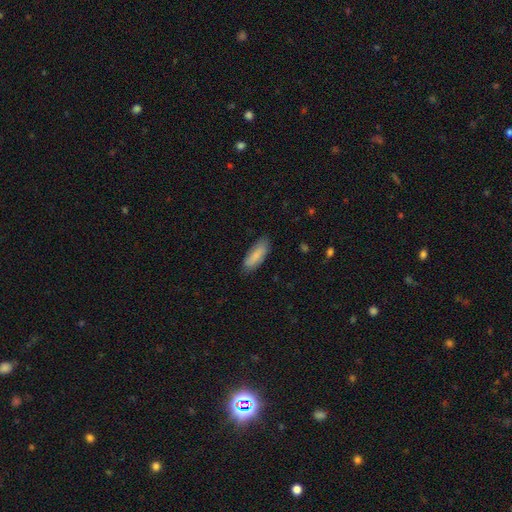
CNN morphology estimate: A smooth galaxy with no disk features (80%) that is in between round and cigar-shaped (72%).

Vote fractions:
- Smooth or featured? smooth: 80% / featured or disk: 14% / star or artifact: 6%
- How rounded? in between: 72% / cigar-shaped: 26% / round: 2%
- Merging? none: 79% / minor disturbance: 16% / major disturbance: 3% / merger: 1%